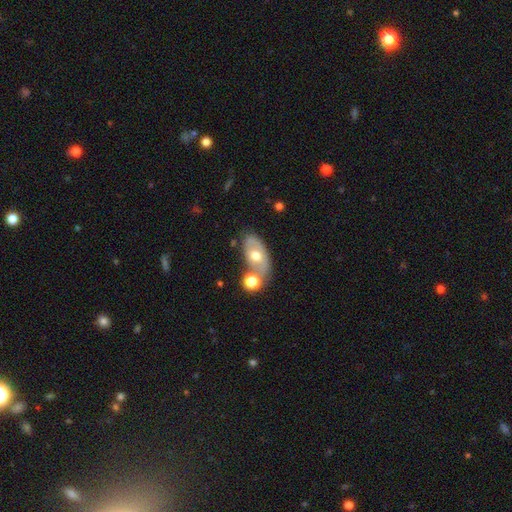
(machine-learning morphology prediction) A smooth galaxy with no disk features (46%, tied with featured or disk).

Vote fractions:
- Smooth or featured? smooth: 46% (tied) / featured or disk: 46% (tied) / star or artifact: 8%
- Merging? none: 46% / merger: 27% / minor disturbance: 18% / major disturbance: 8%